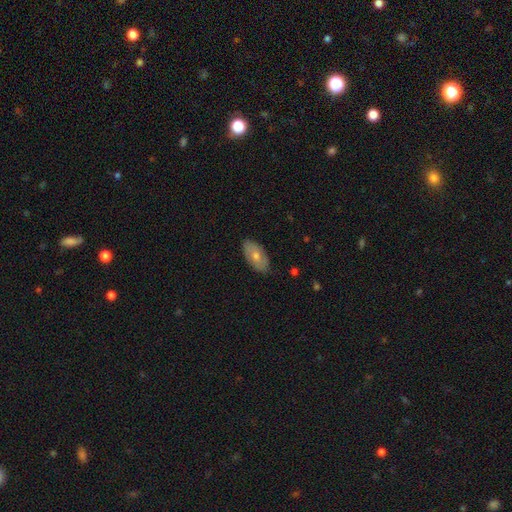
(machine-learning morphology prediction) Q: Smooth or featured?
A: smooth (64%); runner-up: featured or disk (30%)
Q: How rounded?
A: in between (94%); runner-up: round (4%)
Q: Merging?
A: none (81%); runner-up: minor disturbance (15%)